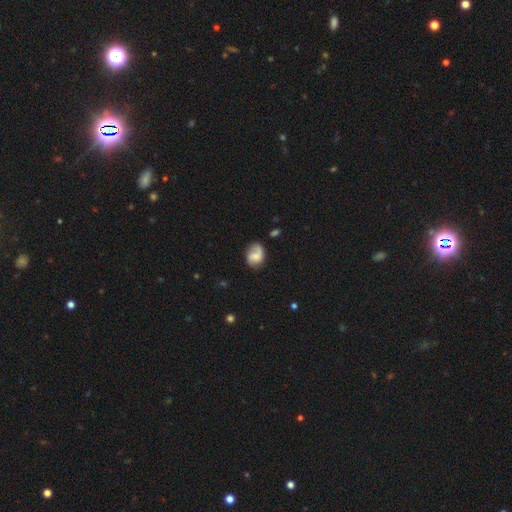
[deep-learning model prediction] A featured or disk galaxy (53%) with no bar (57%), spiral arms (86%) and no central bulge (30%, tied with small). Merging: none (59%).